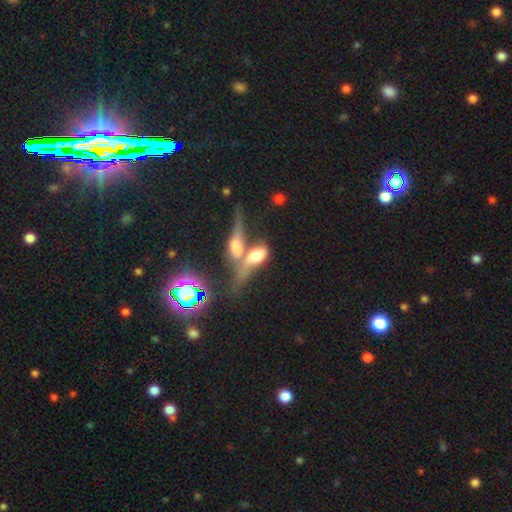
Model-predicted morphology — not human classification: smooth_or_featured: smooth (p=0.49) [alt: featured or disk p=0.38]
merging: merger (p=0.65) [alt: none p=0.15]